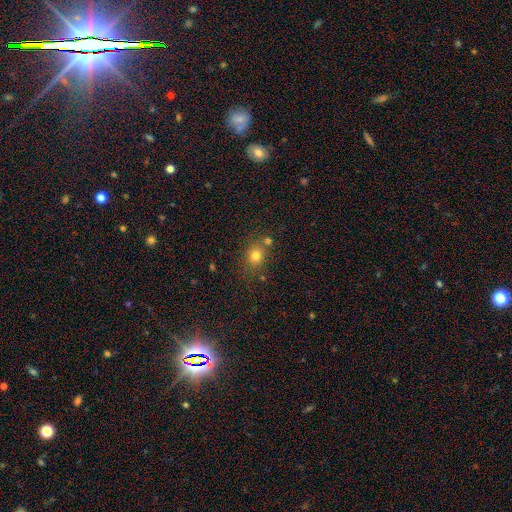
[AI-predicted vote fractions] A smooth galaxy with no disk features (77%) that is round (77%).

Vote fractions:
- Smooth or featured? smooth: 77% / star or artifact: 15% / featured or disk: 8%
- How rounded? round: 77% / in between: 22% / cigar-shaped: 1%
- Merging? none: 72% / merger: 13% / minor disturbance: 11% / major disturbance: 4%